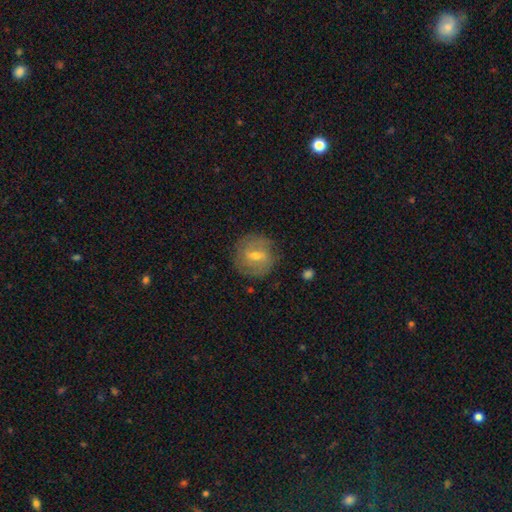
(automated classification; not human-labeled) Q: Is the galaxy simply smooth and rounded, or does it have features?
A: featured or disk — 54%.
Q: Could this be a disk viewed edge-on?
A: no — 94%.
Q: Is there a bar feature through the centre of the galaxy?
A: weak — 53%.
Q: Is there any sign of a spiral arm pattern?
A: yes — 60%.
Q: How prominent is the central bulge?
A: moderate — 52%.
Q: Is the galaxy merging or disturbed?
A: none — 80%.